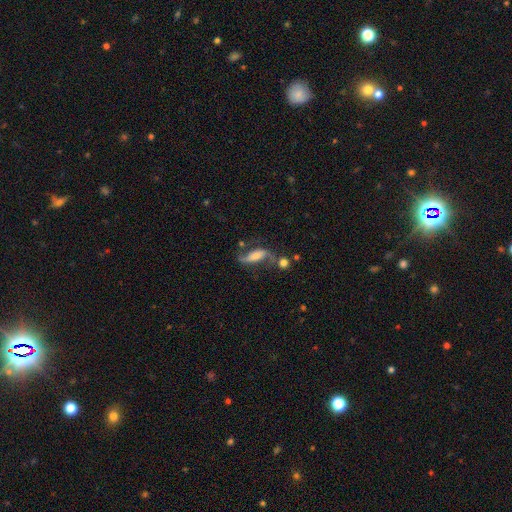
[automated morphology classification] Overall: featured or disk (69%). Edge-on disk: no (86%). Bar: no (41%; weak 30%). Spiral arms: yes (91%). Spiral arm count: 2 (89%). Spiral winding: loose (77%). Bulge size: small (36%; moderate 32%). Merging: none (49%; minor disturbance 18%).